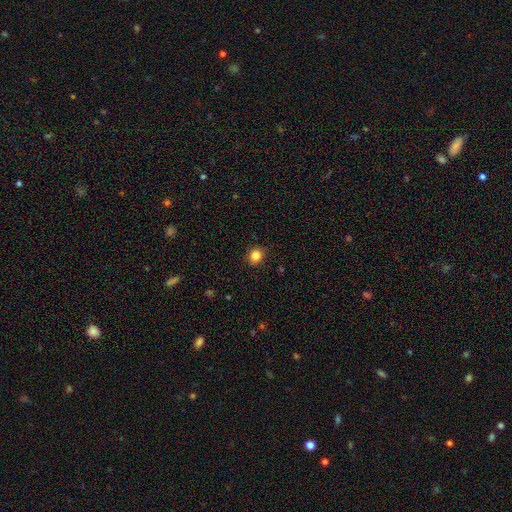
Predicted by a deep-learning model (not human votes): smooth_or_featured: smooth (p=0.84) [alt: star or artifact p=0.11]
how_rounded: round (p=0.79) [alt: in between p=0.20]
merging: none (p=0.90) [alt: minor disturbance p=0.07]